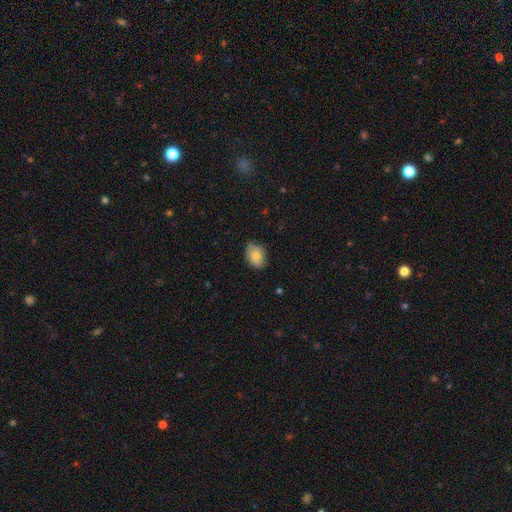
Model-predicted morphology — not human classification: type=smooth (79%); roundness=in between (76%); merging=none (73%).